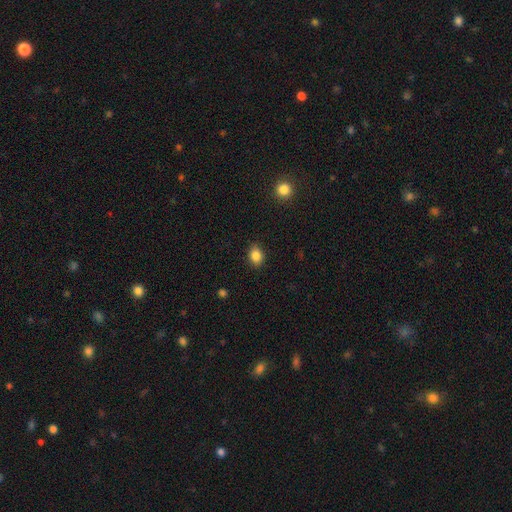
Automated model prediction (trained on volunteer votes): This appears to be a smooth galaxy with no disk features (86%) that is in between round and cigar-shaped (65%). Merging: none (87%).